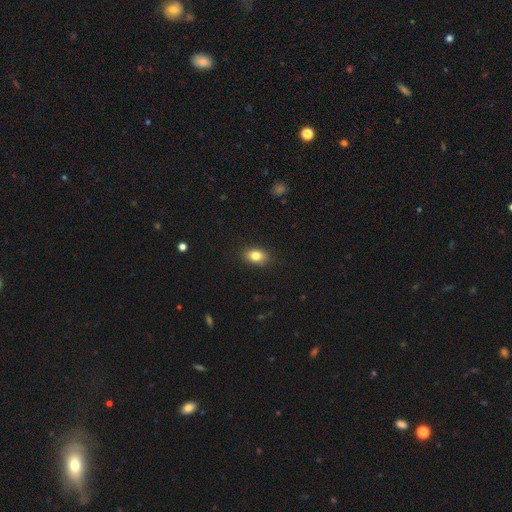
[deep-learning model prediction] smooth_or_featured: smooth (p=0.82) [alt: star or artifact p=0.09]
how_rounded: in between (p=0.81) [alt: round p=0.17]
merging: none (p=0.89) [alt: minor disturbance p=0.08]